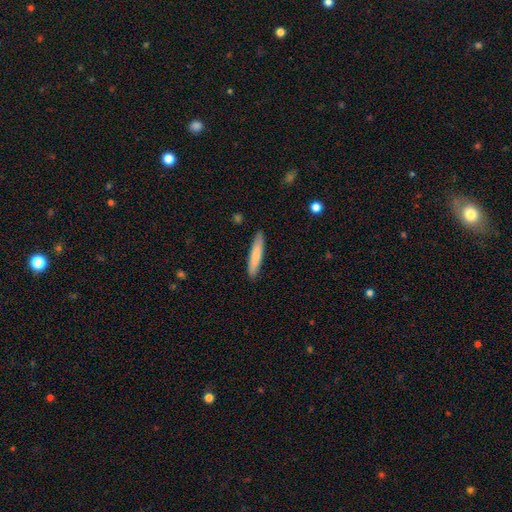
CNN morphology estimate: Smooth or featured? Predicted: smooth (p=0.80). How rounded? Predicted: cigar-shaped (p=0.90). Merging? Predicted: none (p=0.90).